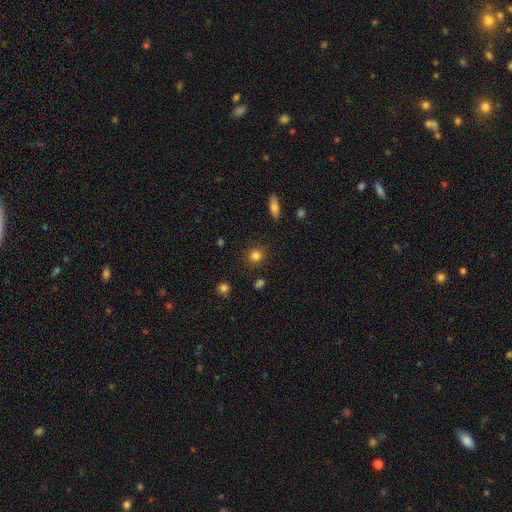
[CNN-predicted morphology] This is clearly a smooth galaxy (83%). How rounded: clearly round (88%). Merging: clearly none (88%).